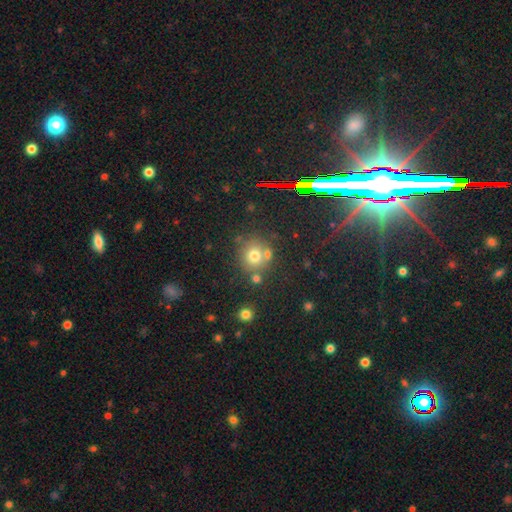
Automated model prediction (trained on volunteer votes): Morphology: type=smooth (47%); merging=none (76%).